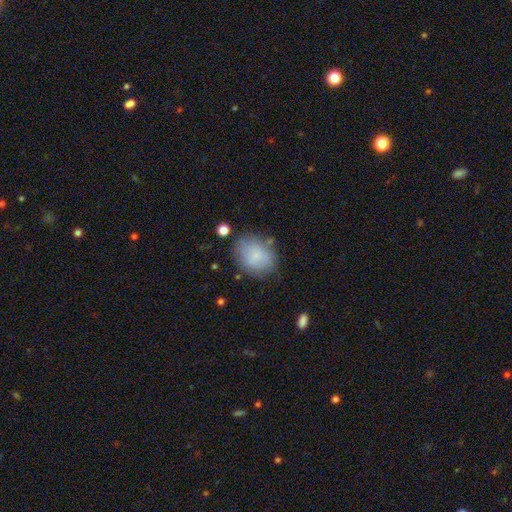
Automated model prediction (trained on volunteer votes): Overall: smooth (78%). How rounded: in between (55%; round 44%). Merging: none (67%).